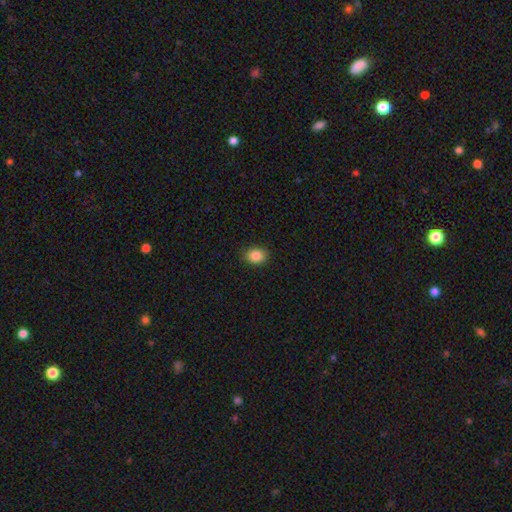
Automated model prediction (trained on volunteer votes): Smooth or featured? Predicted: smooth (p=0.87). How rounded? Predicted: in between (p=0.53). Merging? Predicted: none (p=0.89).